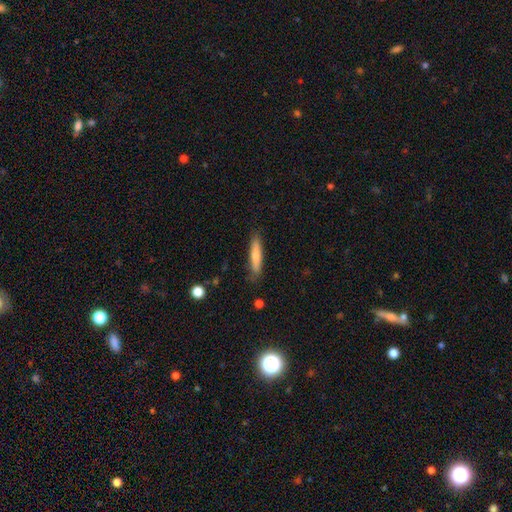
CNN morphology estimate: Smooth or featured: smooth — 72% (featured or disk — 22%)
How rounded: cigar-shaped — 86% (in between — 13%)
Merging: none — 82% (minor disturbance — 14%)